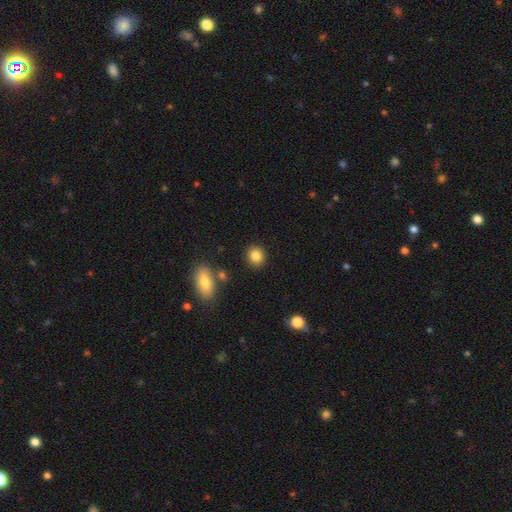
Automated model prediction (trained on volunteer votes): Smooth or featured?
  - smooth: 85% *
  - star or artifact: 9%
  - featured or disk: 6%
How rounded?
  - round: 81% *
  - in between: 18%
  - cigar-shaped: 1%
Merging?
  - none: 88% *
  - minor disturbance: 7%
  - merger: 3%
  - major disturbance: 2%